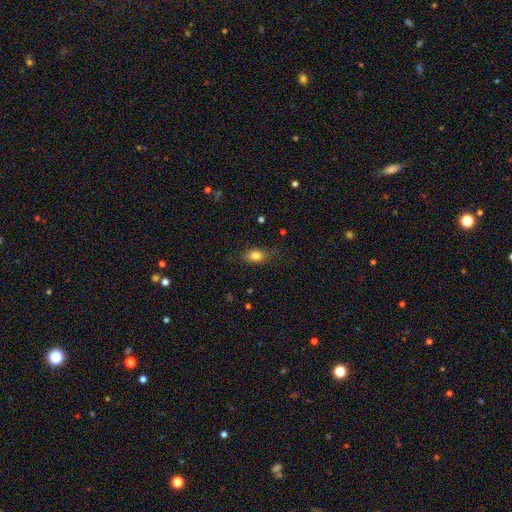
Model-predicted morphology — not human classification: Smooth or featured? smooth (80%)
How rounded? in between (74%)
Merging? none (76%)